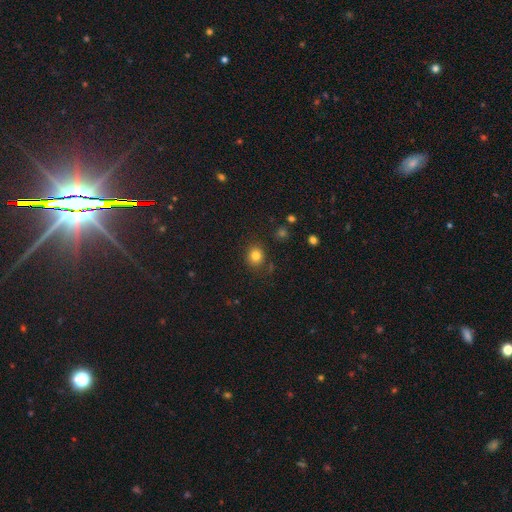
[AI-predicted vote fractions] smooth 81%, star or artifact 13%, featured or disk 6%. Down the decision tree: how rounded — round (79%); merging — none (83%).